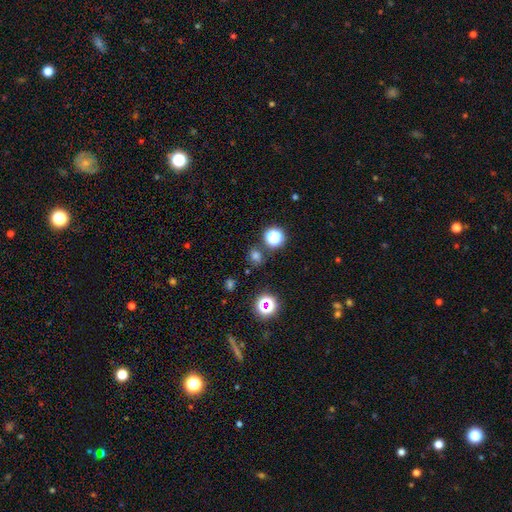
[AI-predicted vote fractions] Overall: smooth (64%; star or artifact 30%). How rounded: round (79%). Merging: none (81%).